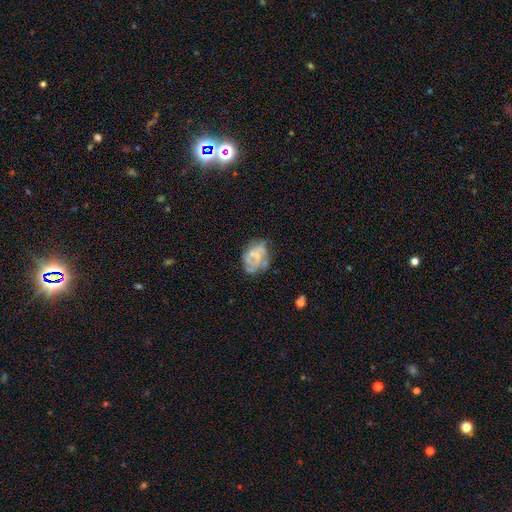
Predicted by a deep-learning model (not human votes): smooth_or_featured: featured or disk (p=0.62) [alt: smooth p=0.29]
disk_edge_on: no (p=0.98) [alt: yes p=0.02]
bar: no (p=0.71) [alt: weak p=0.24]
has_spiral_arms: yes (p=0.57) [alt: no p=0.43]
bulge_size: small (p=0.46) [alt: none p=0.29]
merging: none (p=0.49) [alt: minor disturbance p=0.28]